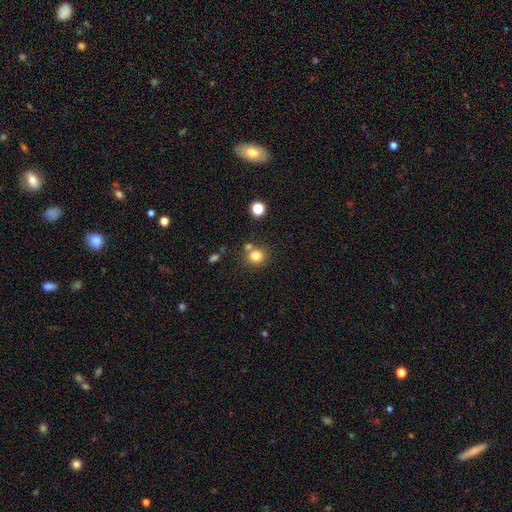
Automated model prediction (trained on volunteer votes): A smooth galaxy with no disk features (80%) that is round (88%). Merging: none (70%).